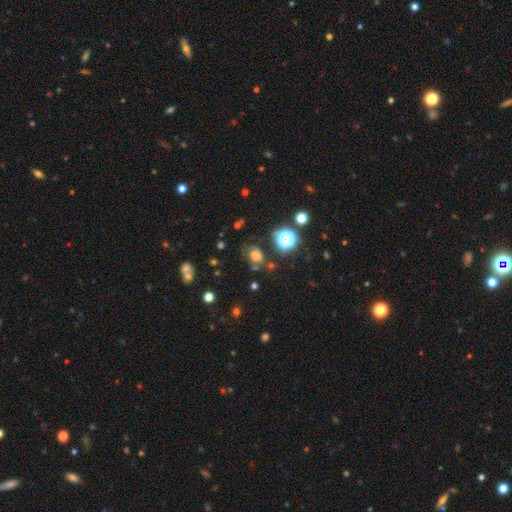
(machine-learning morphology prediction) smooth-or-featured: smooth: 63% | star or artifact: 26% | featured or disk: 11%
  how-rounded: in between: 52% | round: 46% | cigar-shaped: 1%
  merging: none: 64% | minor disturbance: 19% | major disturbance: 9% | merger: 8%